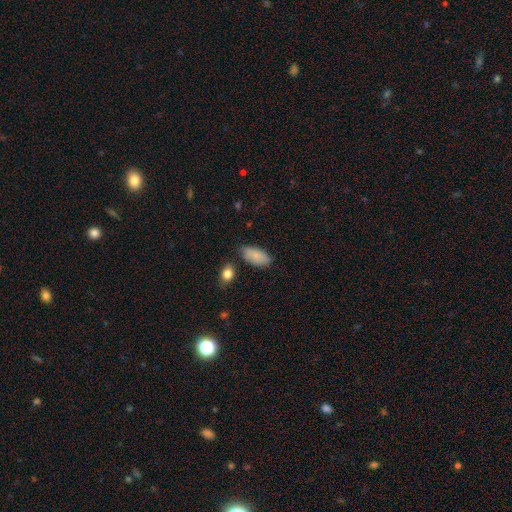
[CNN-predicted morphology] Smooth or featured? Predicted: smooth (p=0.86). How rounded? Predicted: in between (p=0.92). Merging? Predicted: none (p=0.75).